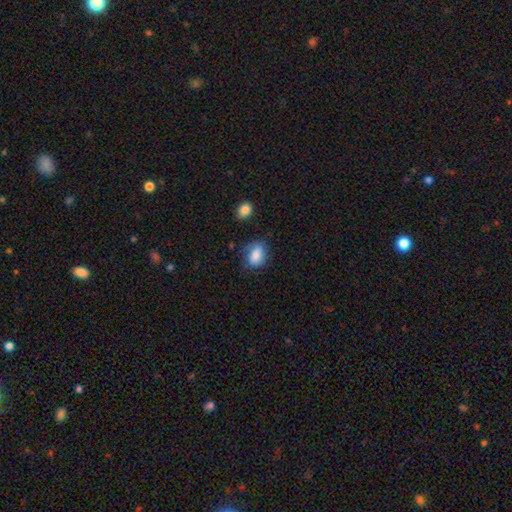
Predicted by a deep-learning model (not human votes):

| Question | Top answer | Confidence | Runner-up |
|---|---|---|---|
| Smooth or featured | smooth | 84% | featured or disk (9%) |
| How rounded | in between | 79% | round (19%) |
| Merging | none | 67% | minor disturbance (24%) |